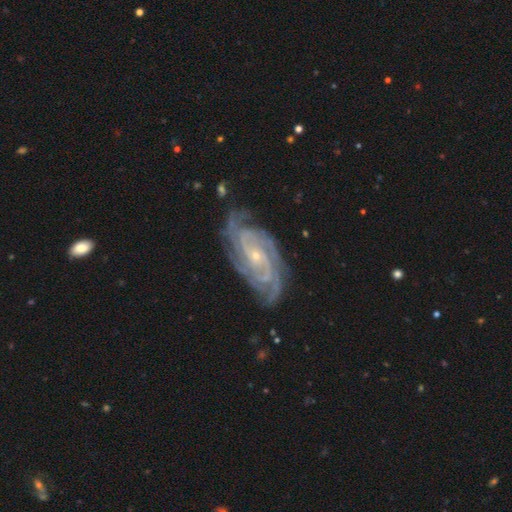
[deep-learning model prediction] smooth-or-featured: featured or disk: 91% | star or artifact: 5% | smooth: 4%
  disk-edge-on: no: 96% | yes: 4%
    bar: no: 63% | weak: 27% | strong: 10%
    has-spiral-arms: yes: 98% | no: 2%
      spiral-winding: tight: 69% | medium: 27% | loose: 4%
      spiral-arm-count: 4: 30% | 3: 23% | can't tell: 16% | 2: 14% | more than 4: 10% | 1: 7%
    bulge-size: small: 81% | moderate: 16% | none: 1% | large: 1% | dominant: 1%
  merging: none: 75% | minor disturbance: 18% | major disturbance: 6% | merger: 1%